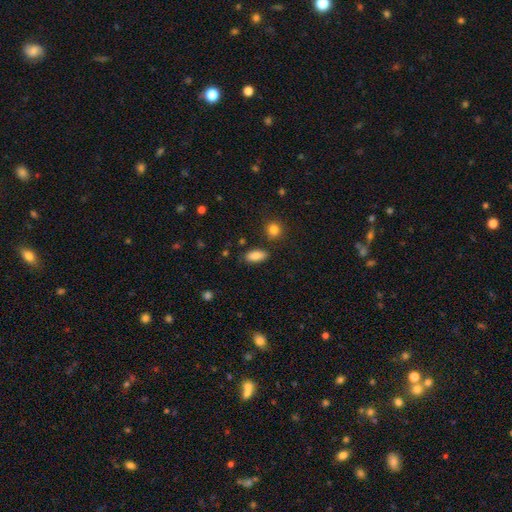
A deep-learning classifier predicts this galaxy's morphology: type=smooth (86%); roundness=in between (89%); merging=none (82%).